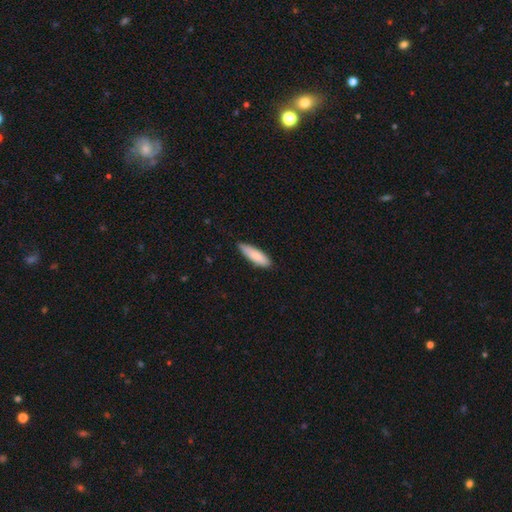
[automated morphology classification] smooth-or-featured: smooth: 85% | featured or disk: 10% | star or artifact: 5%
  how-rounded: cigar-shaped: 55% | in between: 44% | round: 2%
  merging: none: 78% | minor disturbance: 19% | major disturbance: 2% | merger: 1%